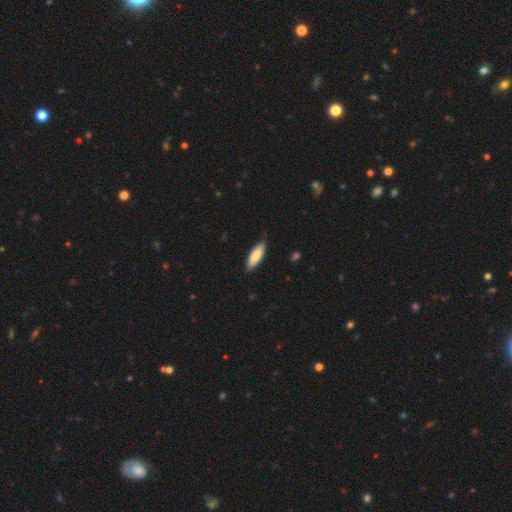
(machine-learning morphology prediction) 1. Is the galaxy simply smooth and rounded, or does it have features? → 81% smooth, 13% featured or disk, 5% star or artifact.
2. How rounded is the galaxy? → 53% in between, 46% cigar-shaped, 2% round.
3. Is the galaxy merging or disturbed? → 84% none, 13% minor disturbance, 2% major disturbance, 1% merger.